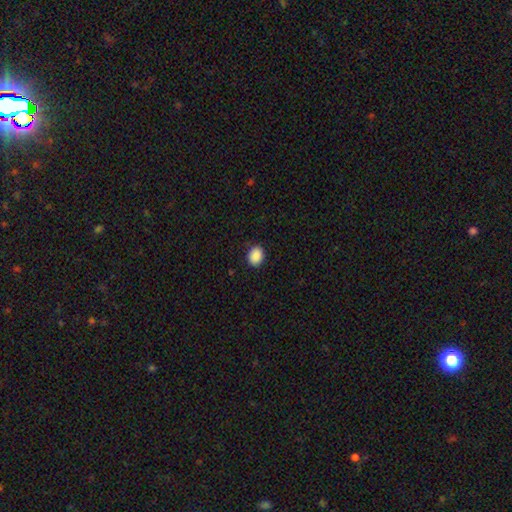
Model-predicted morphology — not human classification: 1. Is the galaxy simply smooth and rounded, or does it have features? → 89% smooth, 8% star or artifact, 2% featured or disk.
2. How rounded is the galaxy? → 52% in between, 47% round, 1% cigar-shaped.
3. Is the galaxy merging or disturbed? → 87% none, 9% minor disturbance, 2% major disturbance, 1% merger.